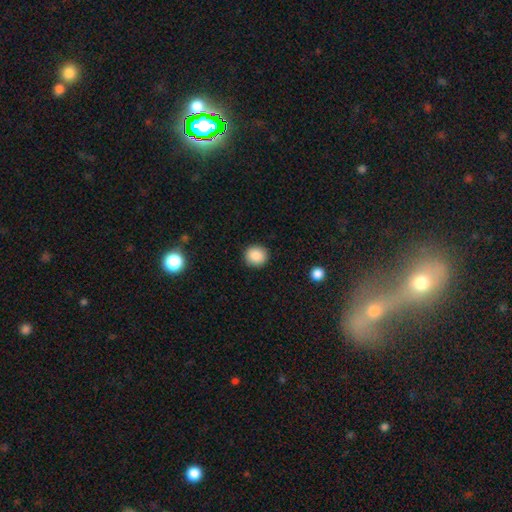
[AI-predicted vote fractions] smooth_or_featured: smooth (p=0.88) [alt: star or artifact p=0.09]
how_rounded: round (p=0.91) [alt: in between p=0.08]
merging: none (p=0.92) [alt: minor disturbance p=0.06]